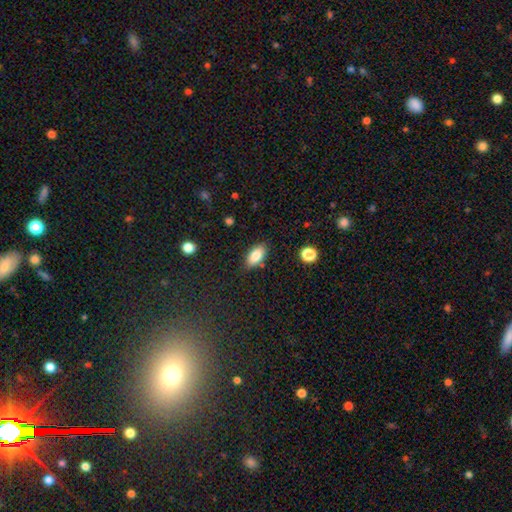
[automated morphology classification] This is clearly a smooth galaxy (84%). How rounded: clearly in between (91%). Merging: clearly none (84%).